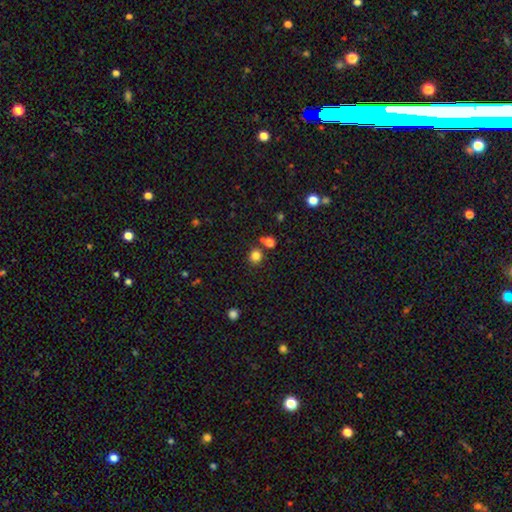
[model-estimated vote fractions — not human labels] Smooth or featured? Predicted: smooth (p=0.82). How rounded? Predicted: round (p=0.89). Merging? Predicted: none (p=0.82).